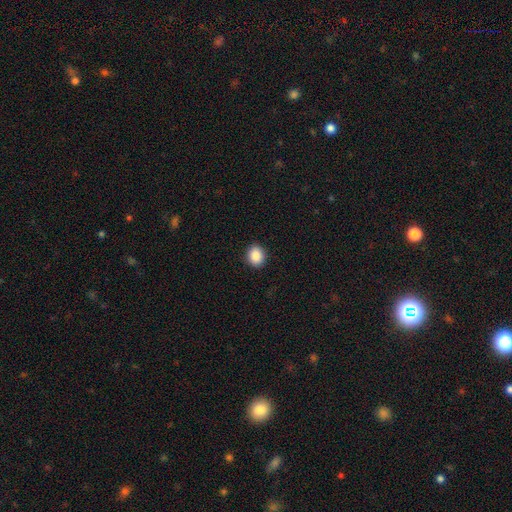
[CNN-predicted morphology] smooth 88%, star or artifact 8%, featured or disk 3%. Down the decision tree: how rounded — round (61%); merging — none (91%).